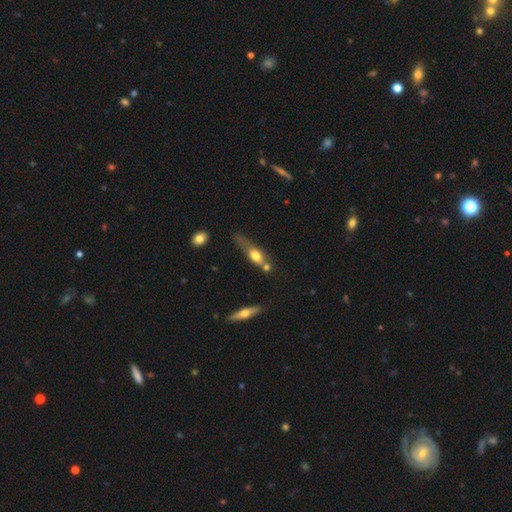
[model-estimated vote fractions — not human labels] This appears to be a smooth galaxy with no disk features (54%) that is cigar-shaped (50%). Merging: none (33%).